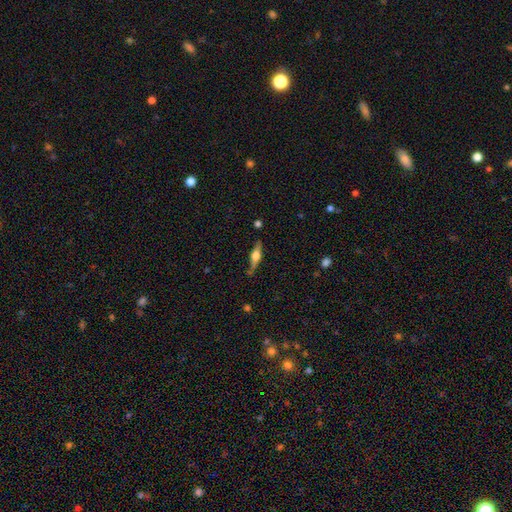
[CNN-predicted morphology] featured or disk 67%, smooth 27%, star or artifact 6%. Down the decision tree: edge-on disk — yes (96%); edge-on bulge — rounded (91%); merging — none (79%).